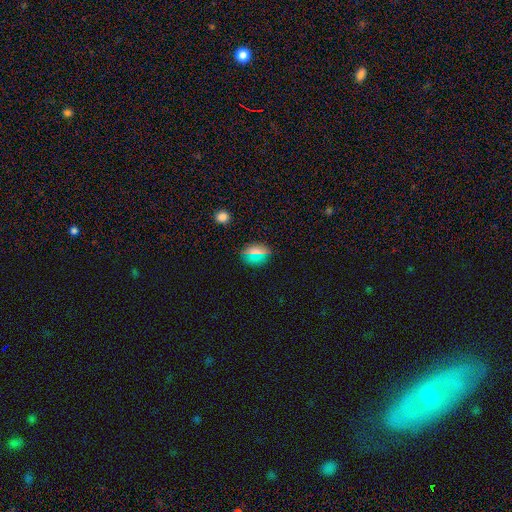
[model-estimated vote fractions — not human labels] Smooth or featured?
  - smooth: 67% *
  - star or artifact: 23%
  - featured or disk: 10%
How rounded?
  - in between: 55% *
  - round: 38%
  - cigar-shaped: 6%
Merging?
  - none: 86% *
  - minor disturbance: 10%
  - major disturbance: 3%
  - merger: 2%